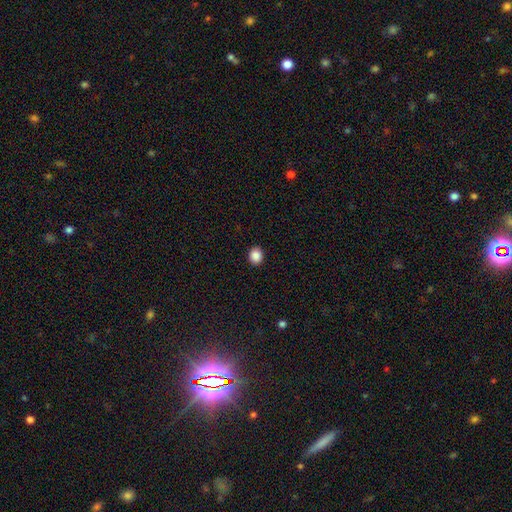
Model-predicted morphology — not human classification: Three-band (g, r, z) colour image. It shows a smooth galaxy with no disk features (88%) that is round (65%). Merging: none (92%).